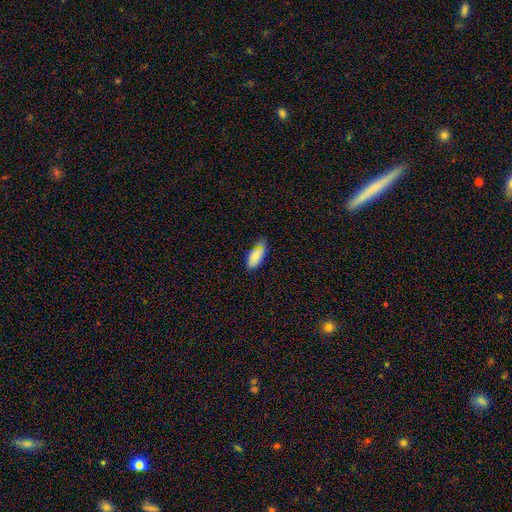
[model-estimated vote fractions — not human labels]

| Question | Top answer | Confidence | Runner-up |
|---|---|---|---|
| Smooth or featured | smooth | 82% | featured or disk (11%) |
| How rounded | in between | 89% | cigar-shaped (9%) |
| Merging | none | 63% | minor disturbance (29%) |